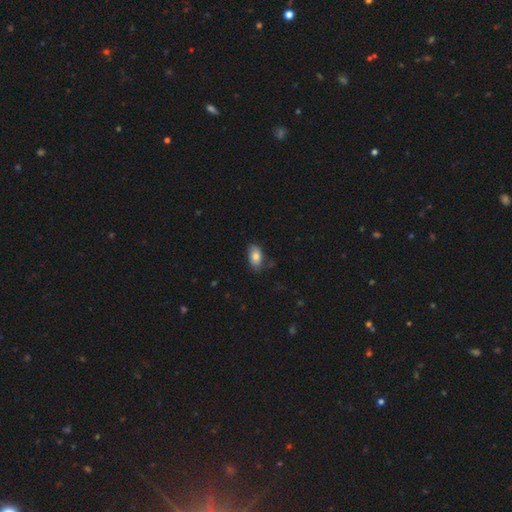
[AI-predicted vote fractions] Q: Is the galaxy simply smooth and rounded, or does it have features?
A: smooth — 80%.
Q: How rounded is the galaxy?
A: in between — 92%.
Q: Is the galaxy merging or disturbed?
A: none — 70%.